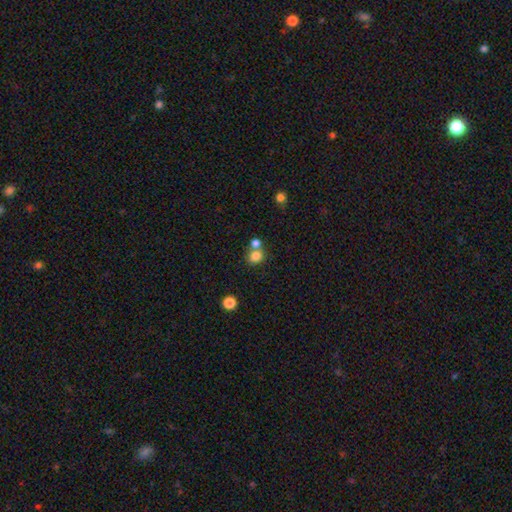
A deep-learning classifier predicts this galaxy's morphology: The model was most divided on "merging": none: 51%, merger: 37%, minor disturbance: 9%, major disturbance: 4%. More confident: smooth or featured — smooth (81%); how rounded — round (74%).